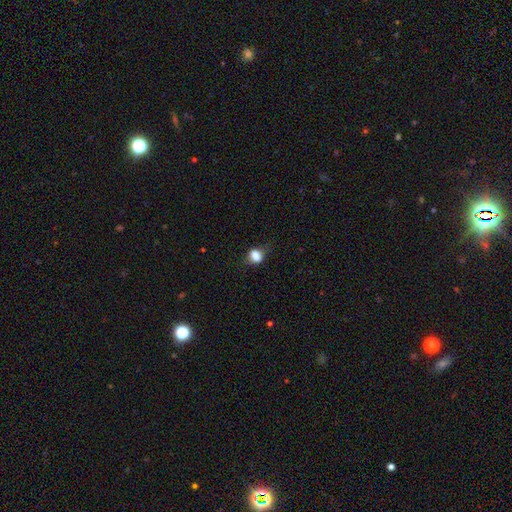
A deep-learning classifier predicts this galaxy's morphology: Overall: smooth (80%). How rounded: in between (57%; round 40%). Merging: none (58%; minor disturbance 28%).